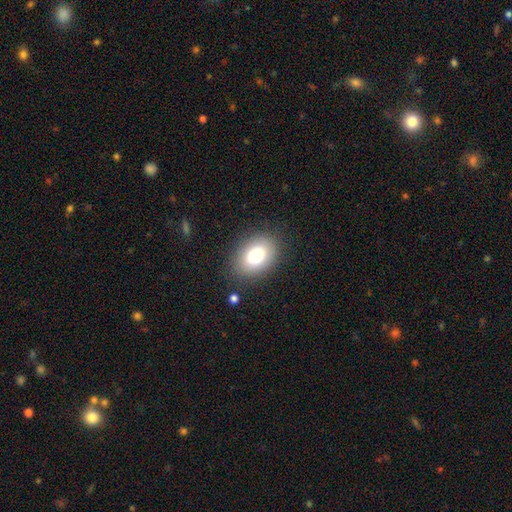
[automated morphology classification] smooth 84%, featured or disk 8%, star or artifact 8%. Down the decision tree: how rounded — in between (84%); merging — none (84%).